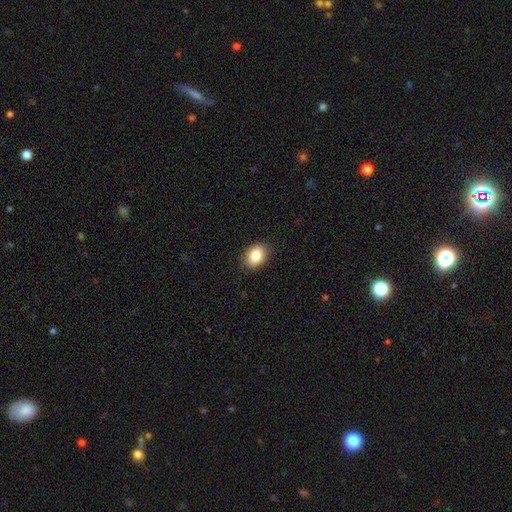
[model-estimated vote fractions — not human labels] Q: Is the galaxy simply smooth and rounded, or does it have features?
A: smooth — 85%.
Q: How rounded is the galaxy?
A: in between — 75%.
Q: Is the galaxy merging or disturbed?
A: none — 88%.